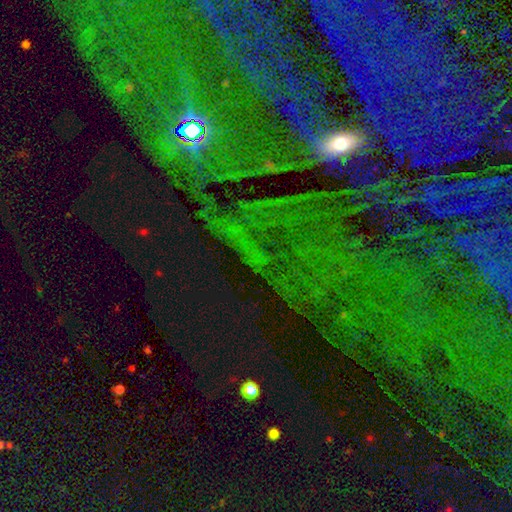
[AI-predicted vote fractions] Smooth or featured? star or artifact (74%)